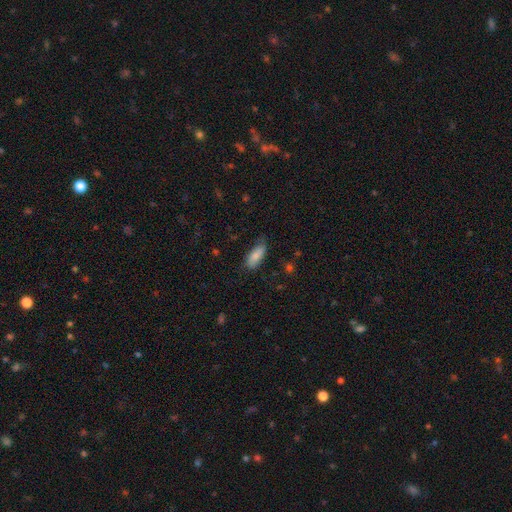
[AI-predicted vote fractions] A smooth galaxy with no disk features (82%) that is in between round and cigar-shaped (78%). Merging: none (68%).